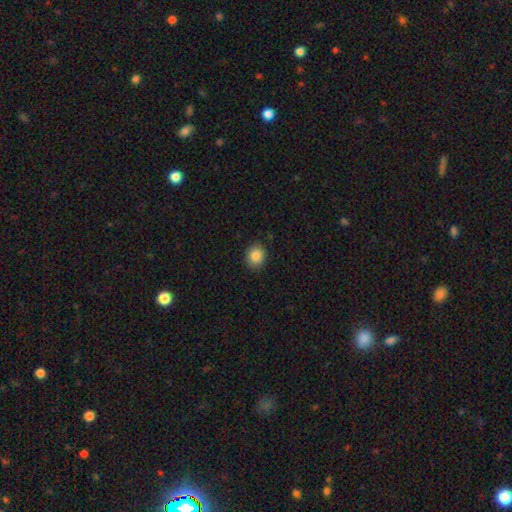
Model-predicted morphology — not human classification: Overall: smooth (85%). How rounded: round (71%). Merging: none (89%).